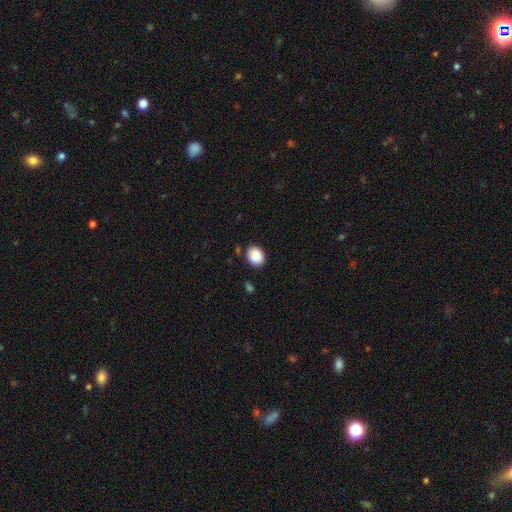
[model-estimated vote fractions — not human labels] A smooth galaxy with no disk features (89%) that is in between round and cigar-shaped (53%).

Vote fractions:
- Smooth or featured? smooth: 89% / star or artifact: 8% / featured or disk: 4%
- How rounded? in between: 53% / round: 46% / cigar-shaped: 1%
- Merging? none: 84% / minor disturbance: 11% / major disturbance: 3% / merger: 2%